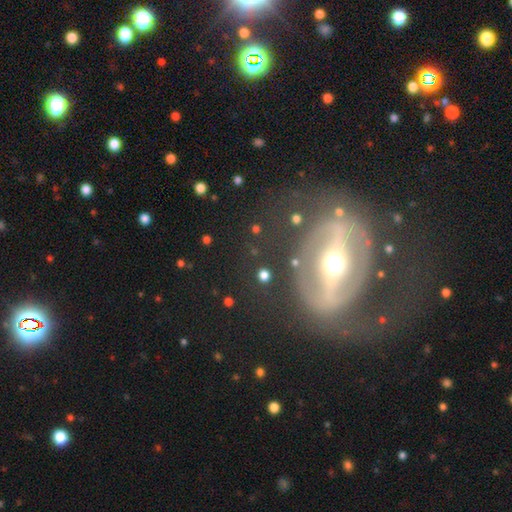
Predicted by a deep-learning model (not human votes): Q: Smooth or featured?
A: featured or disk (81%); runner-up: smooth (11%)
Q: Edge-on disk?
A: no (86%); runner-up: yes (14%)
Q: Bar?
A: strong (69%); runner-up: weak (19%)
Q: Spiral arms?
A: yes (59%); runner-up: no (41%)
Q: Bulge size?
A: moderate (63%); runner-up: small (26%)
Q: Merging?
A: none (61%); runner-up: major disturbance (21%)